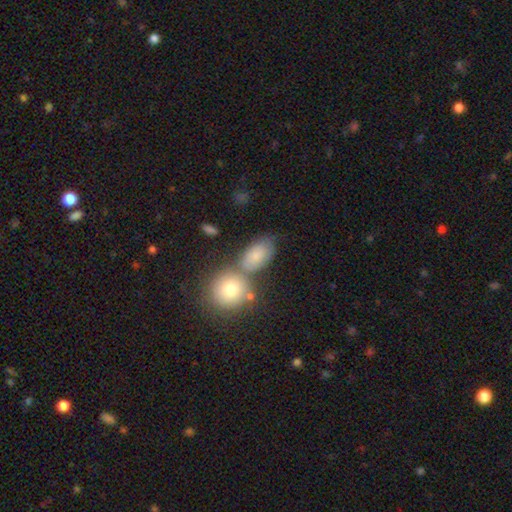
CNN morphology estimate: The model was most divided on "merging": none: 52%, merger: 25%, minor disturbance: 17%, major disturbance: 7%. More confident: how rounded — in between (83%); smooth or featured — smooth (77%).